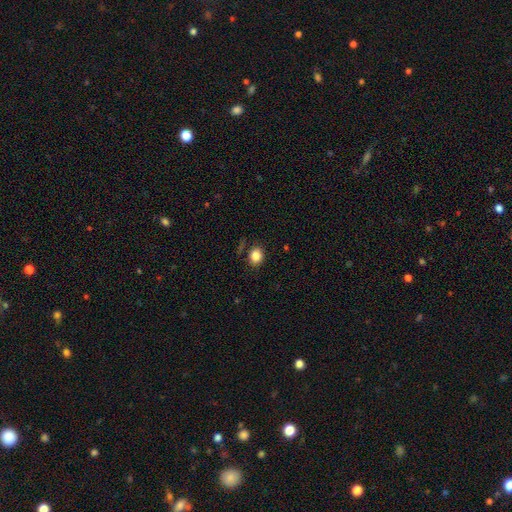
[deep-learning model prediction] Smooth or featured: smooth — 84% (star or artifact — 11%)
How rounded: round — 57% (in between — 42%)
Merging: none — 83% (minor disturbance — 12%)